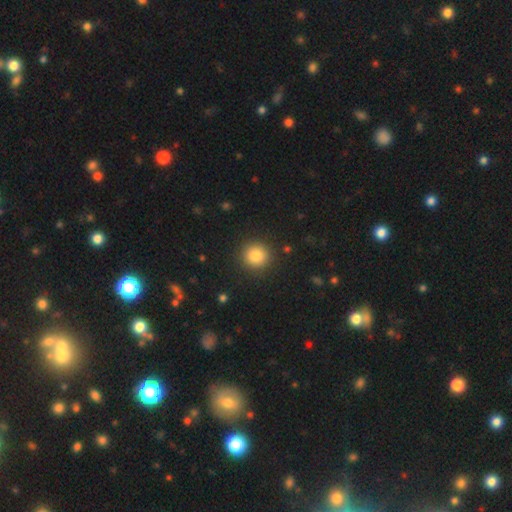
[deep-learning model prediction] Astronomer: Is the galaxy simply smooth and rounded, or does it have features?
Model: smooth — 85%.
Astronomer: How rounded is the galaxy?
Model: round — 92%.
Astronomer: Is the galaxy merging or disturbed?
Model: none — 91%.